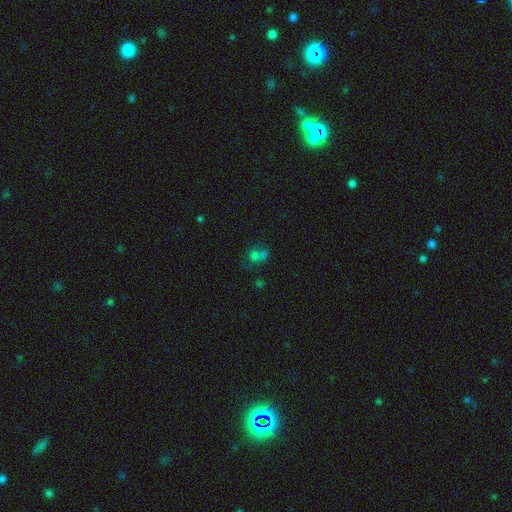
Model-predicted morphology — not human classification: smooth 58%, star or artifact 23%, featured or disk 19%. Down the decision tree: how rounded — round (55%); merging — merger (39%).